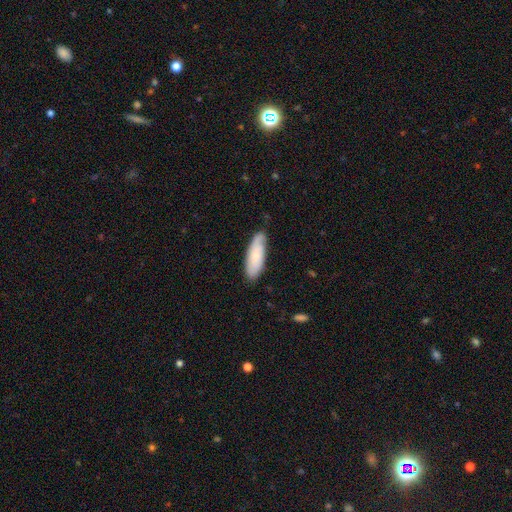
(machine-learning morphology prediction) A smooth galaxy with no disk features (67%) that is in between round and cigar-shaped (62%). Merging: none (75%).